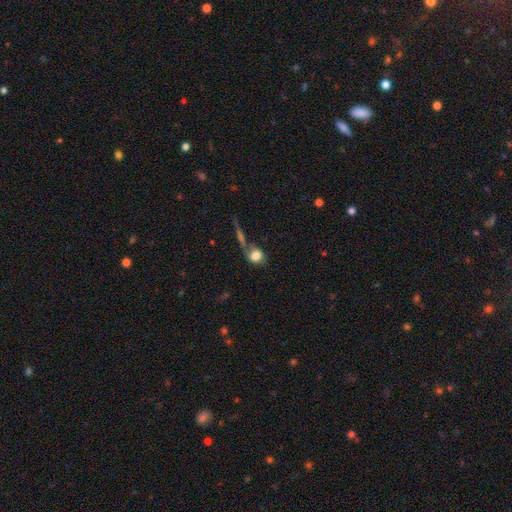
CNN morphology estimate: The model was most divided on "merging": none: 38%, merger: 33%, minor disturbance: 15%, major disturbance: 14%. More confident: smooth or featured — smooth (73%); how rounded — round (58%).